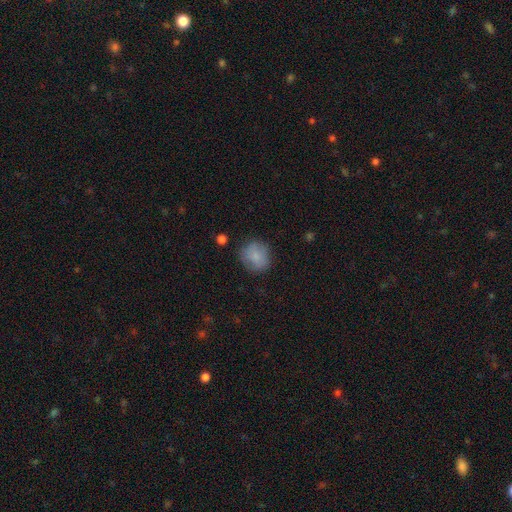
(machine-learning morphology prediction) Smooth or featured?
  - smooth: 82% *
  - featured or disk: 10%
  - star or artifact: 8%
How rounded?
  - round: 82% *
  - in between: 17%
  - cigar-shaped: 1%
Merging?
  - none: 76% *
  - minor disturbance: 17%
  - major disturbance: 5%
  - merger: 2%